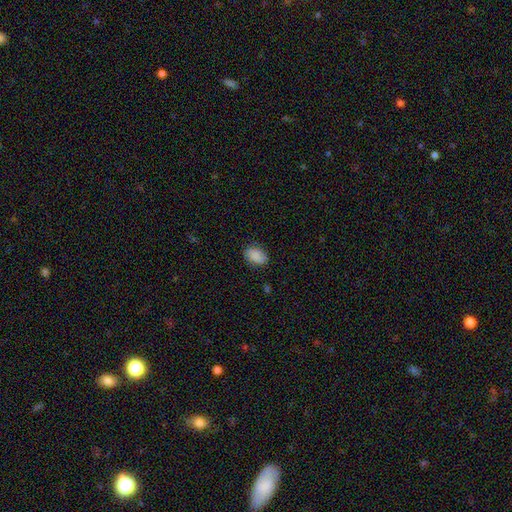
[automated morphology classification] smooth-or-featured: smooth: 85% | star or artifact: 7% | featured or disk: 7%
  how-rounded: in between: 85% | round: 14% | cigar-shaped: 1%
  merging: none: 80% | minor disturbance: 15% | major disturbance: 3% | merger: 1%